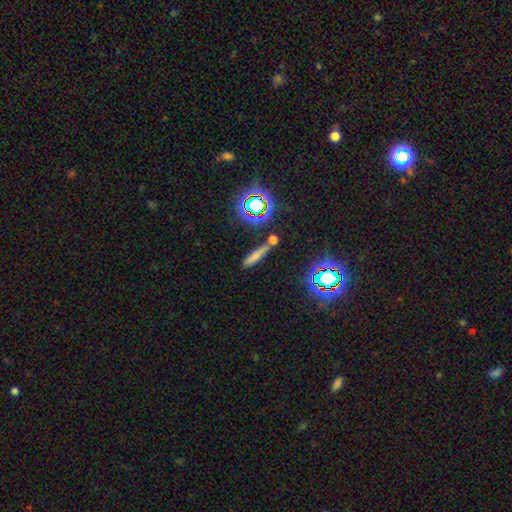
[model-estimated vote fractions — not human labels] A smooth galaxy with no disk features (63%) that is cigar-shaped (82%). Merging: none (72%).